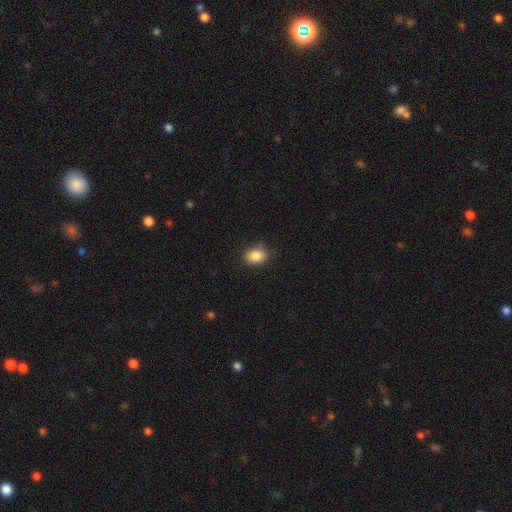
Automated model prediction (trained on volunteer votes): Smooth or featured? smooth (86%)
How rounded? in between (67%)
Merging? none (79%)